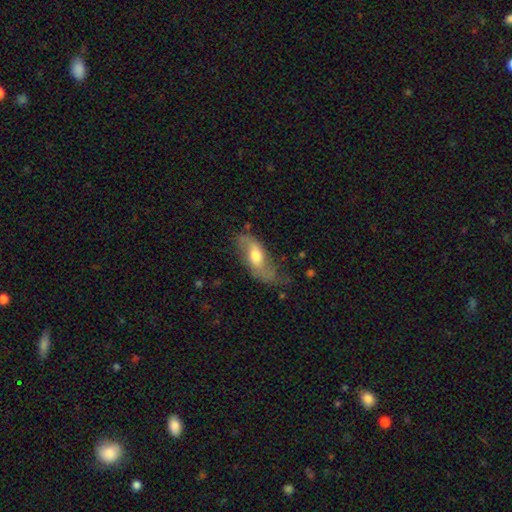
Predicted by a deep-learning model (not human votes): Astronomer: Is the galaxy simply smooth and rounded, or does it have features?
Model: featured or disk — 52% (runner-up: smooth, 42%).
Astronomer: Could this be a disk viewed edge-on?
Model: no — 84%.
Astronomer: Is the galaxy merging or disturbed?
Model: none — 52% (runner-up: minor disturbance, 30%).